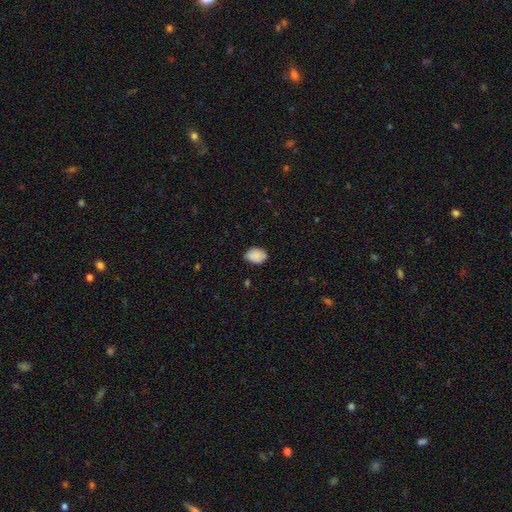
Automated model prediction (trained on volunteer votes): Smooth or featured: smooth — 89% (star or artifact — 7%)
How rounded: in between — 77% (round — 22%)
Merging: none — 79% (minor disturbance — 17%)